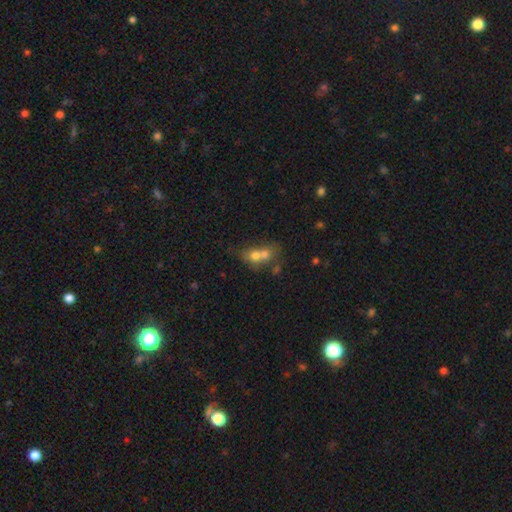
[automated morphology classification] Smooth or featured?
  - smooth: 67% *
  - featured or disk: 22%
  - star or artifact: 12%
How rounded?
  - in between: 51% *
  - round: 46%
  - cigar-shaped: 3%
Merging?
  - merger: 68% *
  - none: 20%
  - minor disturbance: 7%
  - major disturbance: 5%